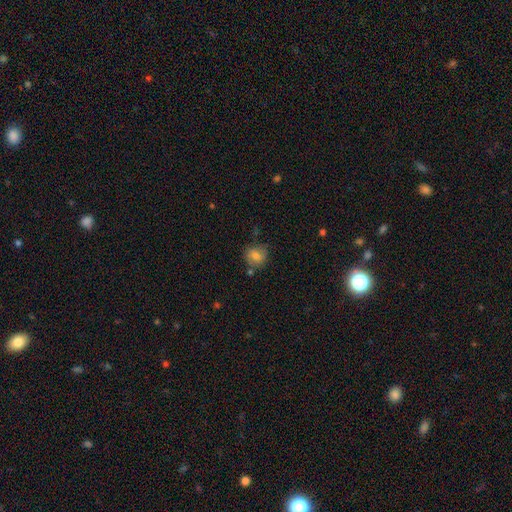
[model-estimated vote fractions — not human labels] The model was most divided on "merging": none: 71%, minor disturbance: 18%, merger: 6%, major disturbance: 5%. More confident: how rounded — round (80%); smooth or featured — smooth (74%).